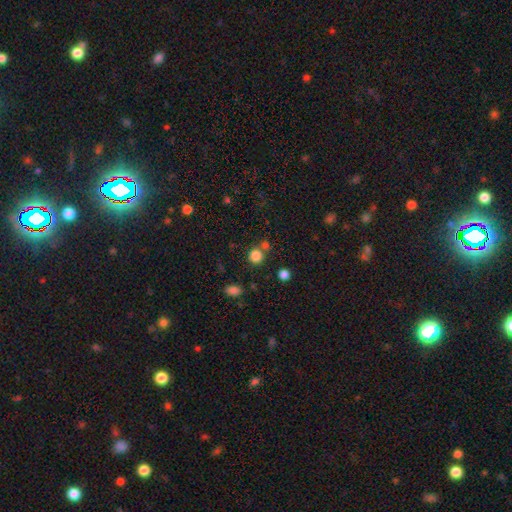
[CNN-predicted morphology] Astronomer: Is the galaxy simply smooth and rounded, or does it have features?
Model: smooth — 82%.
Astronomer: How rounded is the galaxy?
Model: round — 85%.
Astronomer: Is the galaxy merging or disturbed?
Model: none — 69%.